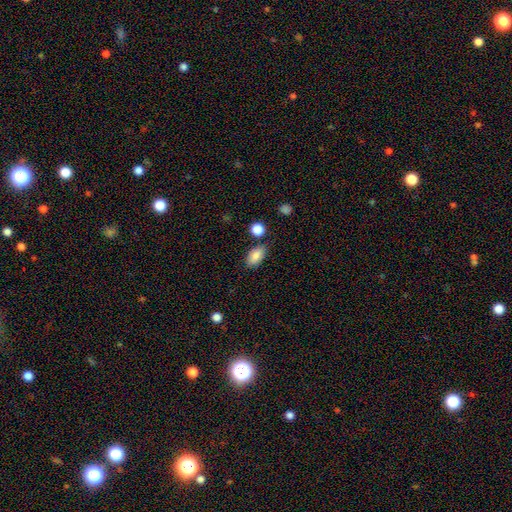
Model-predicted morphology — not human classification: A smooth galaxy with no disk features (86%) that is in between round and cigar-shaped (90%). Merging: none (80%).